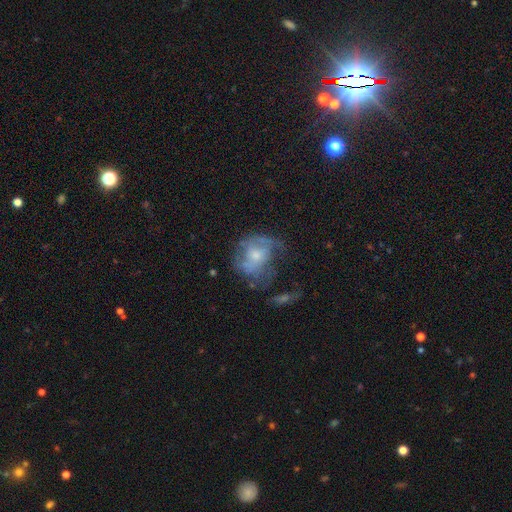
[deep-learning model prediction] A featured or disk galaxy (59%) with no bar (75%), spiral arms (53%) and a moderate central bulge (45%). Merging: none (39%).